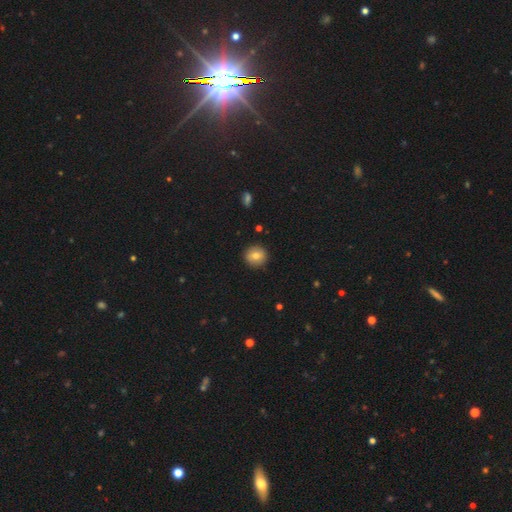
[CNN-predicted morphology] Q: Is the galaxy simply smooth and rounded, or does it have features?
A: smooth — 77%.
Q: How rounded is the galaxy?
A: round — 92%.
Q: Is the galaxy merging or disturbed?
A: none — 91%.